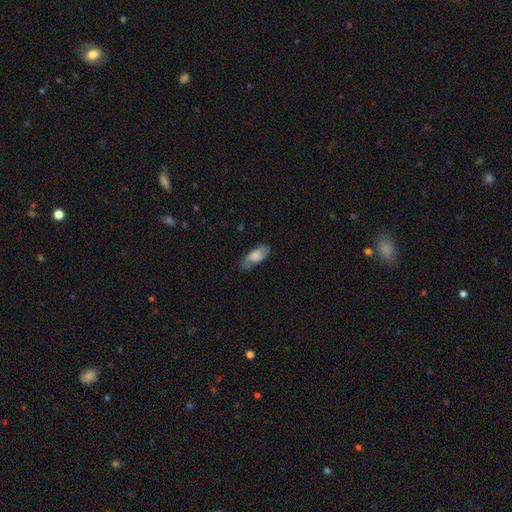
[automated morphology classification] A smooth galaxy with no disk features (78%) that is in between round and cigar-shaped (80%). Merging: none (68%).